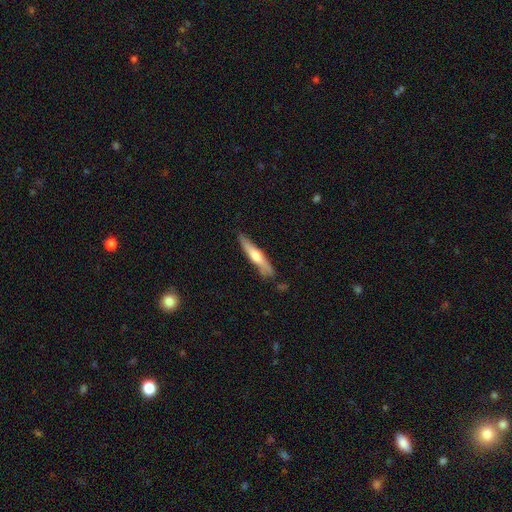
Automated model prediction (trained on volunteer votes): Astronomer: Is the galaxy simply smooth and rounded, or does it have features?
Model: smooth — 53% (runner-up: featured or disk, 42%).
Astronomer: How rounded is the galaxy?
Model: cigar-shaped — 89%.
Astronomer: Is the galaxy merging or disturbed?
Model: none — 80%.